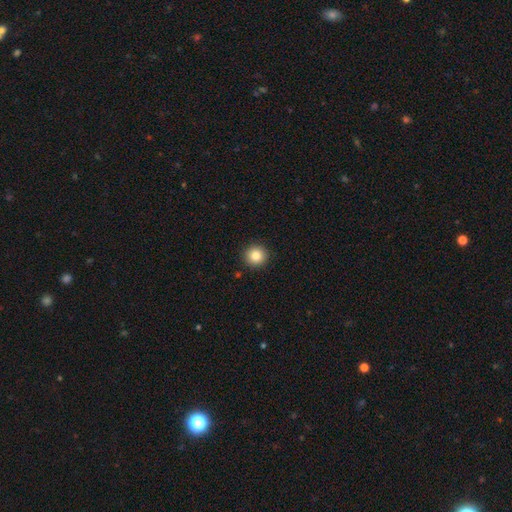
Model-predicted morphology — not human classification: Smooth or featured?
  - smooth: 83% *
  - star or artifact: 10%
  - featured or disk: 7%
How rounded?
  - round: 95% *
  - in between: 4%
  - cigar-shaped: 1%
Merging?
  - none: 92% *
  - minor disturbance: 5%
  - major disturbance: 2%
  - merger: 1%